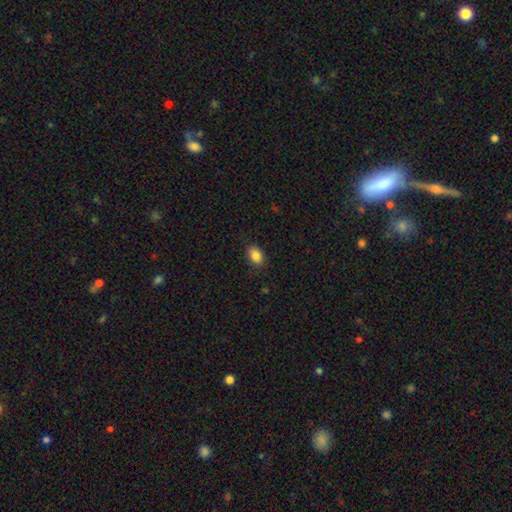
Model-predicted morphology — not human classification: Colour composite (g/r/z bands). It shows a smooth galaxy with no disk features (86%) that is in between round and cigar-shaped (80%). Merging: none (86%).